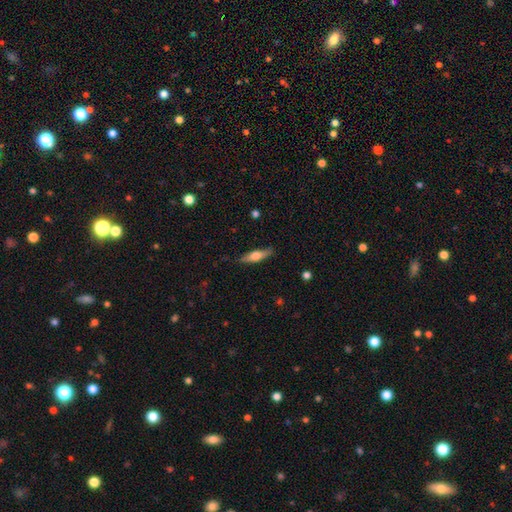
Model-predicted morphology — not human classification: Smooth or featured?
  - smooth: 54% *
  - featured or disk: 40%
  - star or artifact: 6%
How rounded?
  - cigar-shaped: 67% *
  - in between: 30%
  - round: 2%
Merging?
  - none: 84% *
  - minor disturbance: 12%
  - major disturbance: 3%
  - merger: 1%